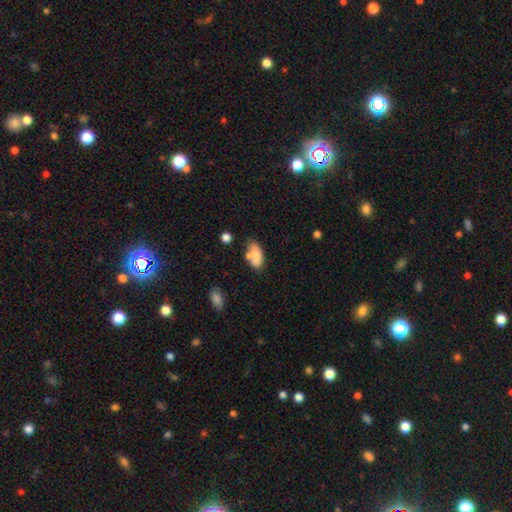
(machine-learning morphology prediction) Smooth or featured?
  - smooth: 78% *
  - featured or disk: 14%
  - star or artifact: 8%
How rounded?
  - in between: 89% *
  - cigar-shaped: 8%
  - round: 3%
Merging?
  - none: 52% *
  - minor disturbance: 23%
  - merger: 19%
  - major disturbance: 7%